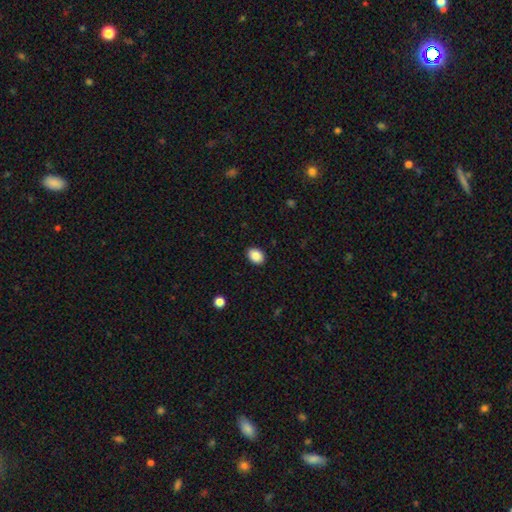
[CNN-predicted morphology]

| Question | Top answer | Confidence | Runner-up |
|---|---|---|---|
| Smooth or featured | smooth | 89% | star or artifact (8%) |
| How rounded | in between | 73% | round (26%) |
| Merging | none | 90% | minor disturbance (7%) |